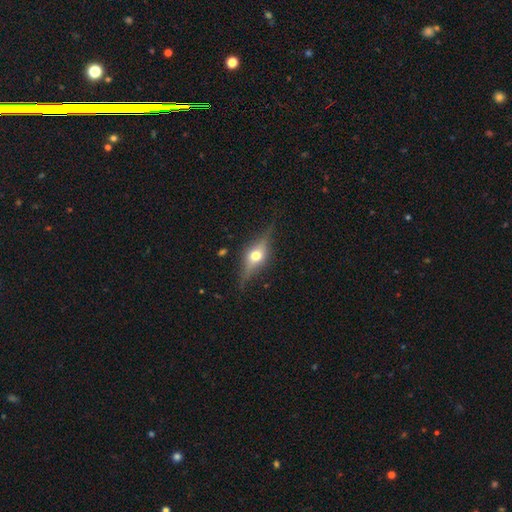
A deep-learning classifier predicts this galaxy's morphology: Overall: featured or disk (64%; smooth 28%). Edge-on disk: yes (91%). Edge-on bulge: rounded (95%). Merging: none (81%).